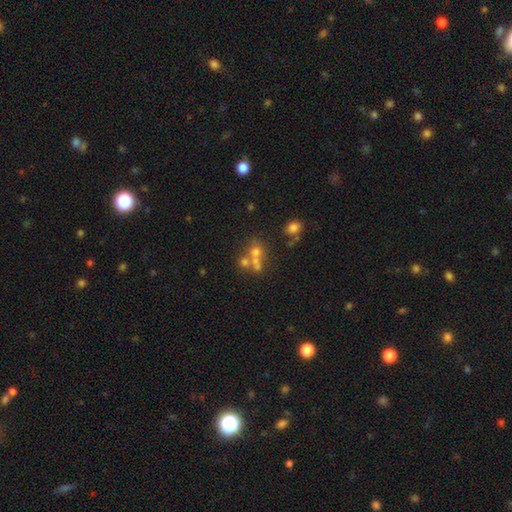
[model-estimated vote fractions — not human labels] Smooth or featured? smooth (54%)
How rounded? round (75%)
Merging? merger (47%)